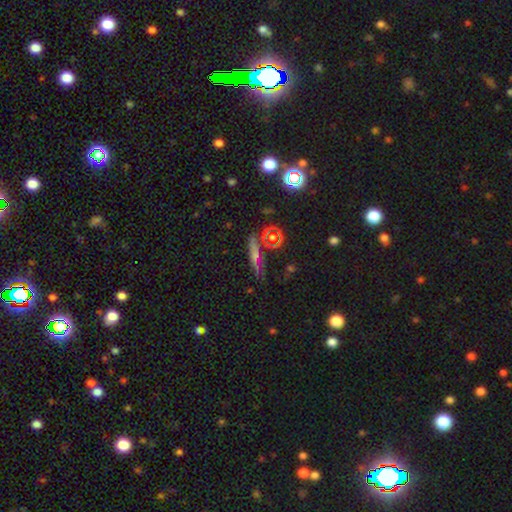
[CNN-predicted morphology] The model was most divided on "smooth or featured": smooth: 49%, star or artifact: 27%, featured or disk: 24%. More confident: merging — none (76%).